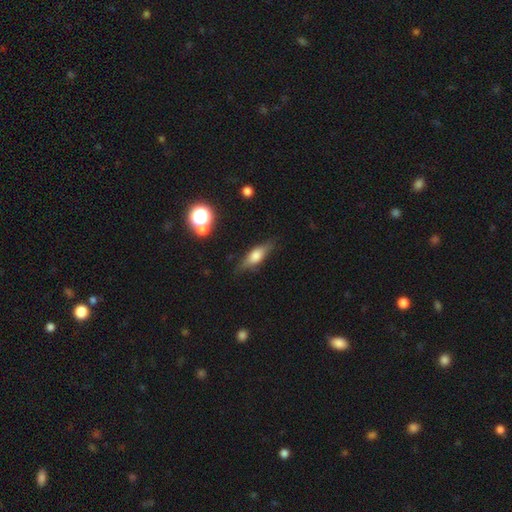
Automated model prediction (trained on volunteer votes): Smooth or featured: smooth — 55% (featured or disk — 36%)
How rounded: in between — 58% (cigar-shaped — 37%)
Merging: none — 76% (minor disturbance — 17%)